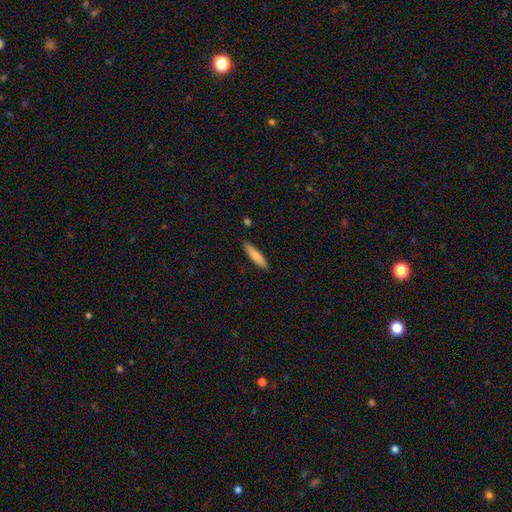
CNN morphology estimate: Smooth or featured? smooth (78%)
How rounded? cigar-shaped (83%)
Merging? none (89%)